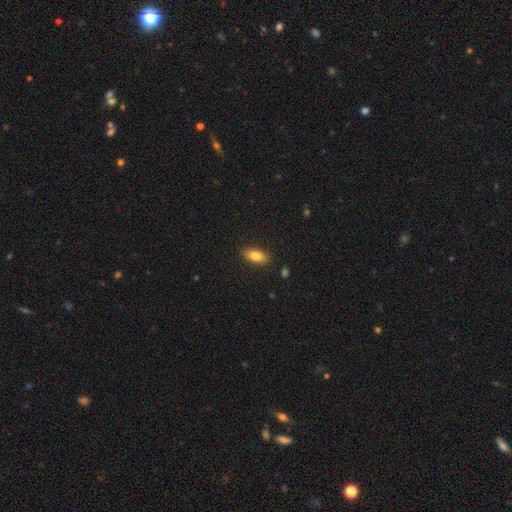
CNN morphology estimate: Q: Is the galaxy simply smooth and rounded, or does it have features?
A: smooth — 77%.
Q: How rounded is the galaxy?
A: in between — 82%.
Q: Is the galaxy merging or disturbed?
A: none — 88%.